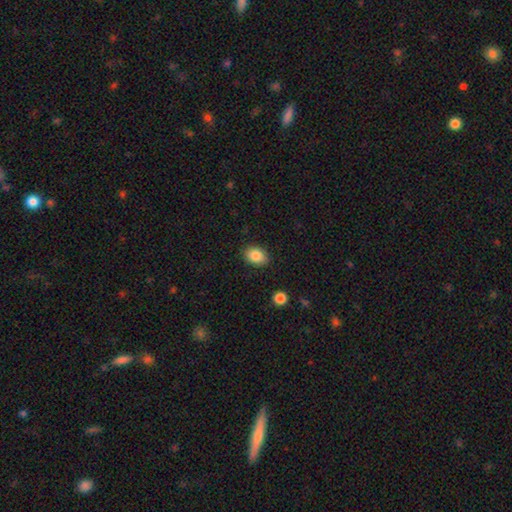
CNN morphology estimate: Smooth or featured? smooth (86%)
How rounded? in between (74%)
Merging? none (87%)